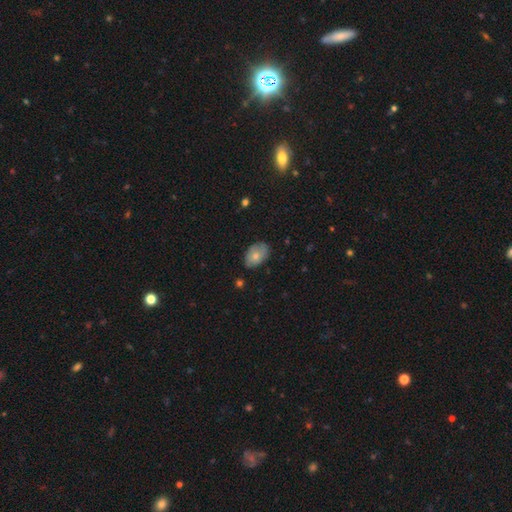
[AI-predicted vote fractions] Smooth or featured?
  - smooth: 72% *
  - featured or disk: 21%
  - star or artifact: 7%
How rounded?
  - in between: 86% *
  - round: 13%
  - cigar-shaped: 1%
Merging?
  - none: 74% *
  - minor disturbance: 21%
  - major disturbance: 4%
  - merger: 1%